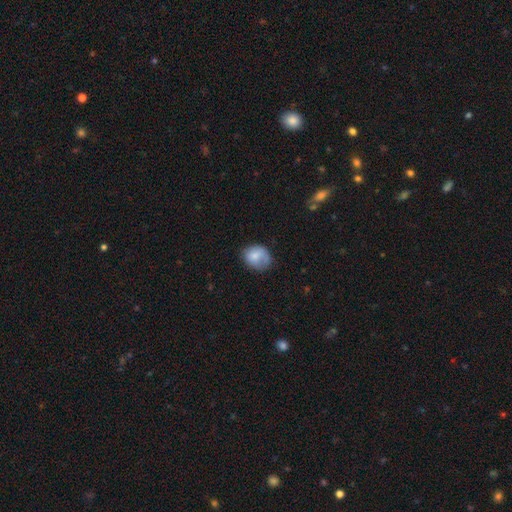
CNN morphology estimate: Overall: smooth (77%). How rounded: round (55%; in between 44%). Merging: none (55%; minor disturbance 31%).